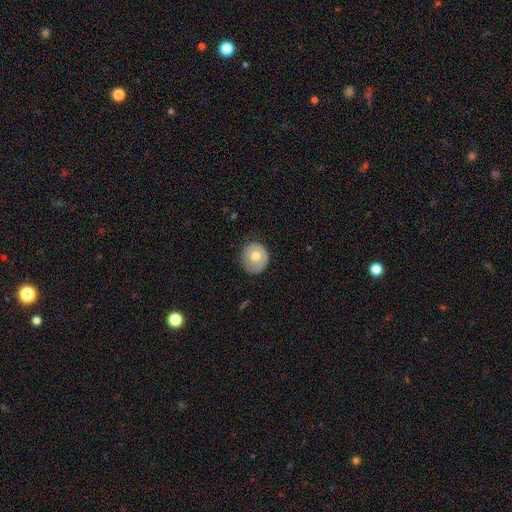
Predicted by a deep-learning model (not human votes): Q: Smooth or featured?
A: smooth (65%); runner-up: featured or disk (28%)
Q: How rounded?
A: round (89%); runner-up: in between (10%)
Q: Merging?
A: none (78%); runner-up: minor disturbance (16%)